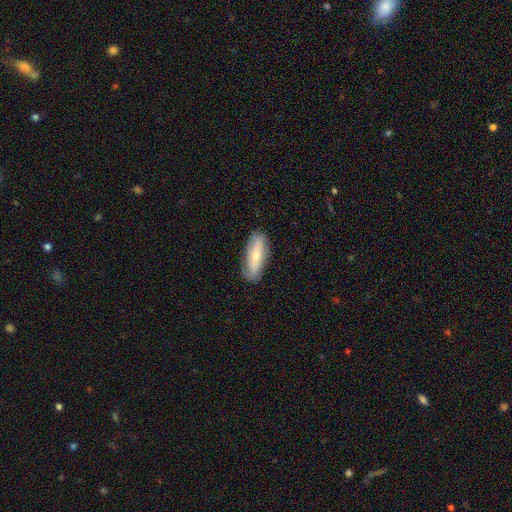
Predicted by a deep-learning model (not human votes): A smooth galaxy with no disk features (51%) that is in between round and cigar-shaped (65%).

Vote fractions:
- Smooth or featured? smooth: 51% / featured or disk: 43% / star or artifact: 6%
- How rounded? in between: 65% / cigar-shaped: 32% / round: 3%
- Merging? none: 78% / minor disturbance: 17% / major disturbance: 4% / merger: 1%